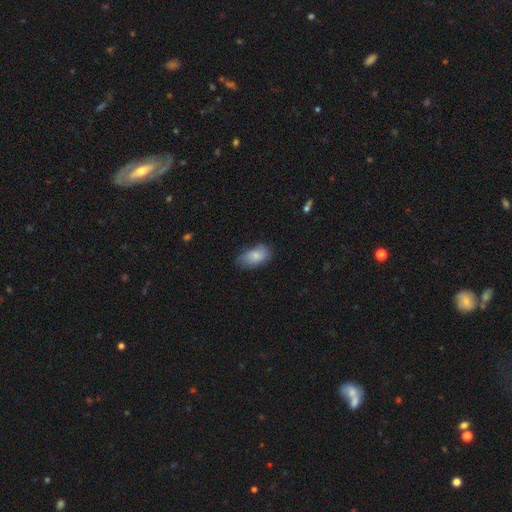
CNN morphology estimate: type=smooth (78%); roundness=in between (92%); merging=none (59%).